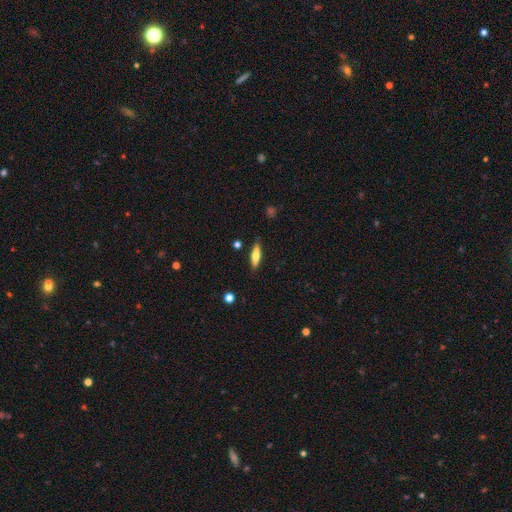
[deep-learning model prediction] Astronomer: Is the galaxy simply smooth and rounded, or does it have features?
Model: smooth — 60%.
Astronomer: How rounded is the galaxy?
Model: cigar-shaped — 72%.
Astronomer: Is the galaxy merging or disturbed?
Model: none — 86%.